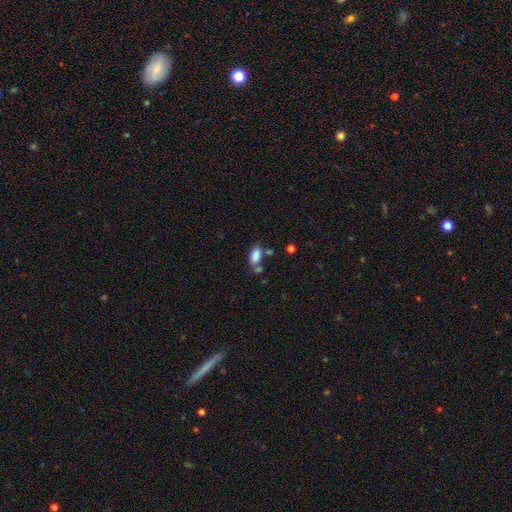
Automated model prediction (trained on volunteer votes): Smooth or featured?
  - smooth: 85% *
  - star or artifact: 9%
  - featured or disk: 6%
How rounded?
  - in between: 91% *
  - round: 5%
  - cigar-shaped: 4%
Merging?
  - none: 56% *
  - merger: 21%
  - minor disturbance: 17%
  - major disturbance: 6%